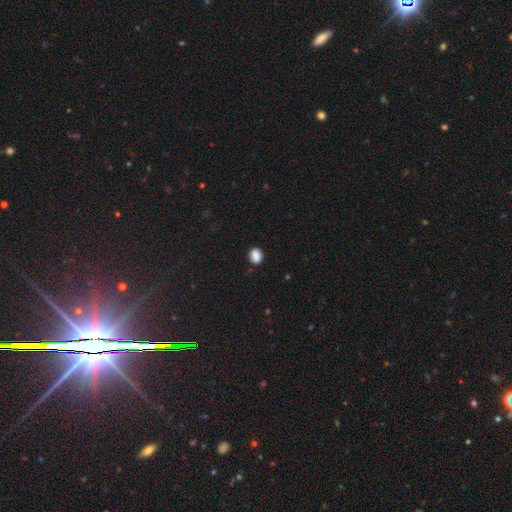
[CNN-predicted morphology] Overall: smooth (87%). How rounded: in between (54%; round 45%). Merging: none (84%).